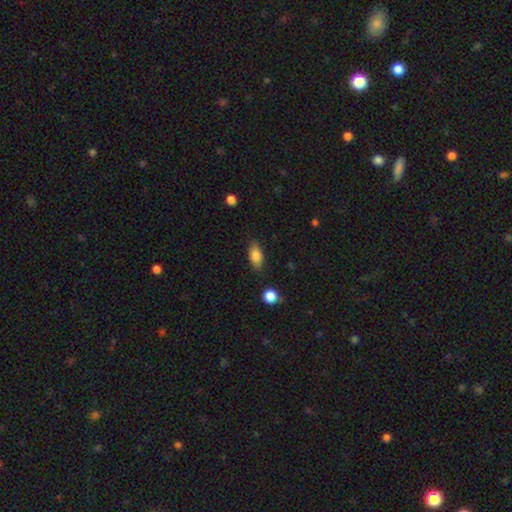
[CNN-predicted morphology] smooth 83%, featured or disk 9%, star or artifact 8%. Down the decision tree: how rounded — in between (86%); merging — none (83%).